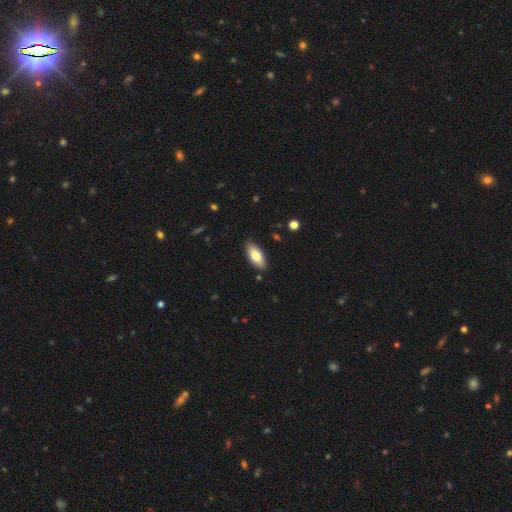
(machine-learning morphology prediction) Smooth or featured?
  - smooth: 78% *
  - featured or disk: 16%
  - star or artifact: 6%
How rounded?
  - in between: 84% *
  - cigar-shaped: 14%
  - round: 2%
Merging?
  - none: 87% *
  - minor disturbance: 10%
  - major disturbance: 2%
  - merger: 1%